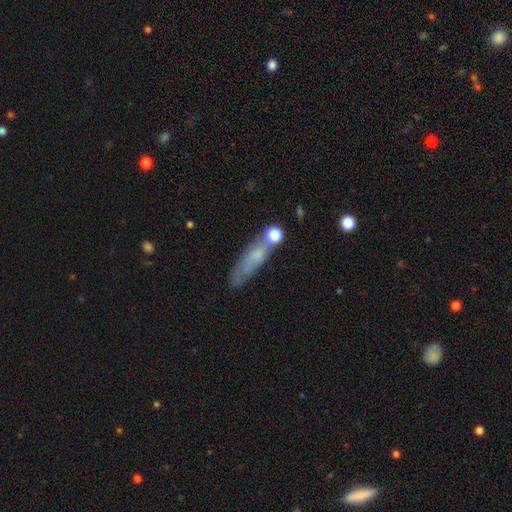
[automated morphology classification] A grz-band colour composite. It shows a smooth galaxy with no disk features (59%) that is cigar-shaped (68%). Merging: none (56%).